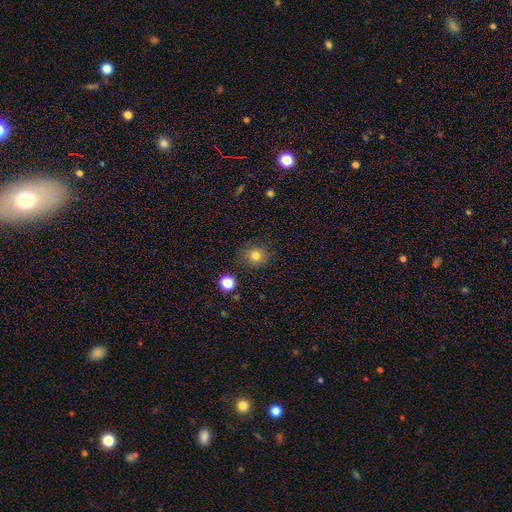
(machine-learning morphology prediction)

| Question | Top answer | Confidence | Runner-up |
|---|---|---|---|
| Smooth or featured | smooth | 80% | star or artifact (13%) |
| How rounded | round | 83% | in between (16%) |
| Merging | none | 85% | minor disturbance (10%) |